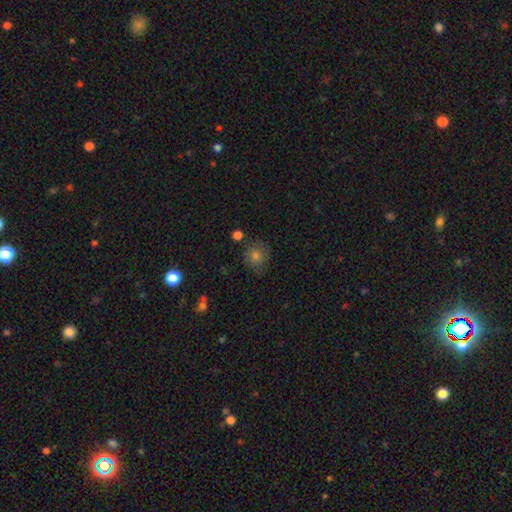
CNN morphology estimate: The model was most divided on "smooth or featured": smooth: 65%, star or artifact: 20%, featured or disk: 15%. More confident: how rounded — round (89%); merging — none (80%).